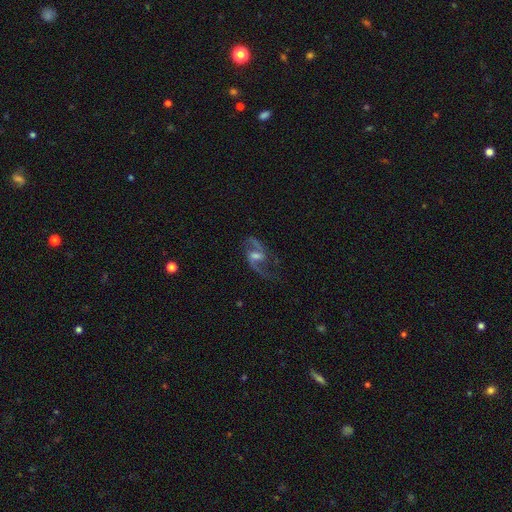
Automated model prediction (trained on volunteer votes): Smooth or featured: featured or disk — 87% (star or artifact — 7%)
Edge-on disk: no — 97% (yes — 3%)
Bar: weak — 54% (strong — 24%)
Spiral arms: yes — 96% (no — 4%)
Spiral winding: loose — 58% (medium — 36%)
Spiral arm count: 2 — 91% (1 — 3%)
Bulge size: moderate — 45% (small — 37%)
Merging: none — 69% (minor disturbance — 16%)